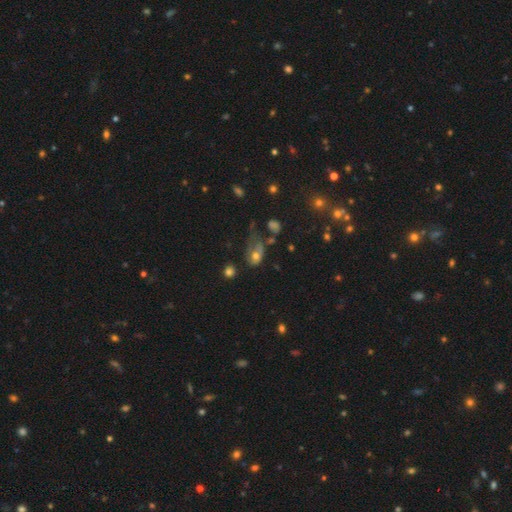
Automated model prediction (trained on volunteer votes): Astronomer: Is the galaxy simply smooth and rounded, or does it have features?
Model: smooth — 61%.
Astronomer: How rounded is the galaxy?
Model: in between — 77%.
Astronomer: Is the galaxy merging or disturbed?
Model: major disturbance — 45% (runner-up: minor disturbance, 24%).